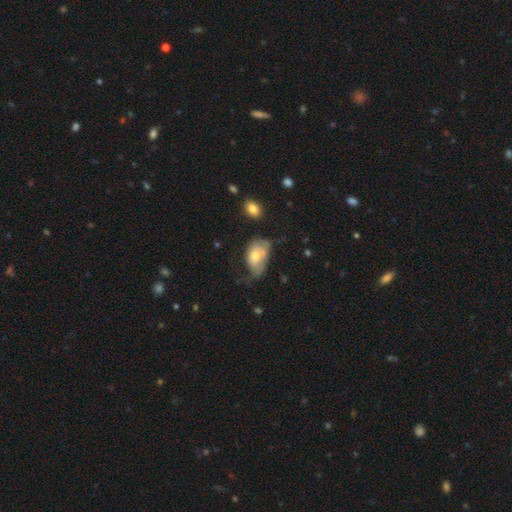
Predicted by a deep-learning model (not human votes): smooth 56%, featured or disk 37%, star or artifact 7%. Down the decision tree: how rounded — in between (88%); merging — major disturbance (34%, tied with minor disturbance).